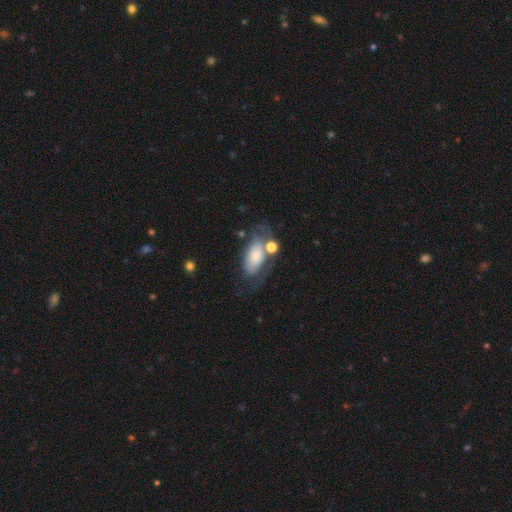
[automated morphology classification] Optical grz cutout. It shows a smooth galaxy with no disk features (60%) that is in between round and cigar-shaped (88%). Merging: none (41%).